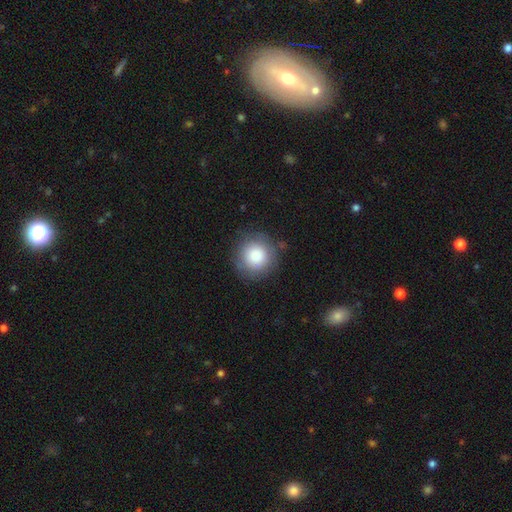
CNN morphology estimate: This appears to be a smooth galaxy with no disk features (84%) that is round (94%). Merging: none (84%).